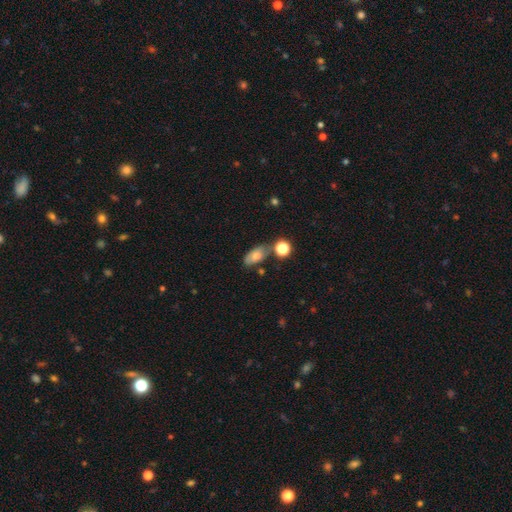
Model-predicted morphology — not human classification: This appears to be a smooth galaxy with no disk features (69%) that is in between round and cigar-shaped (86%). Merging: none (58%).